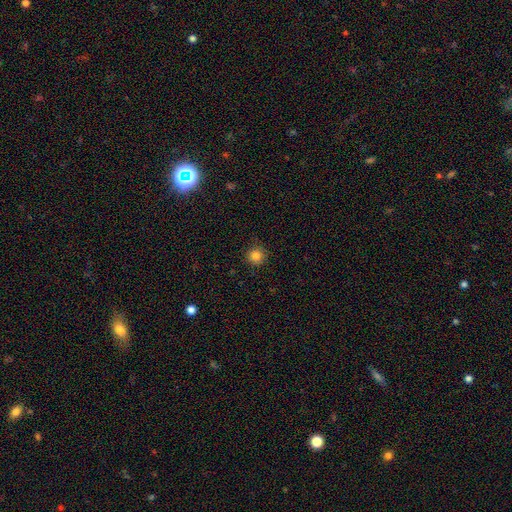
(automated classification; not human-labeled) A smooth galaxy with no disk features (83%) that is round (95%).

Vote fractions:
- Smooth or featured? smooth: 83% / star or artifact: 12% / featured or disk: 5%
- How rounded? round: 95% / in between: 4% / cigar-shaped: 1%
- Merging? none: 89% / minor disturbance: 8% / major disturbance: 2% / merger: 1%